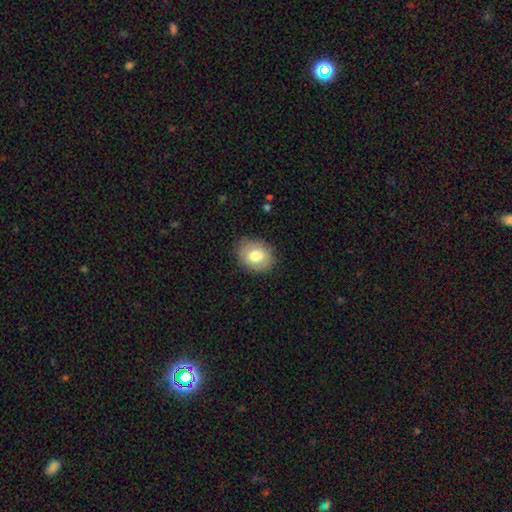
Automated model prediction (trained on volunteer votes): Overall: smooth (75%). How rounded: round (52%; in between 47%). Merging: none (85%).